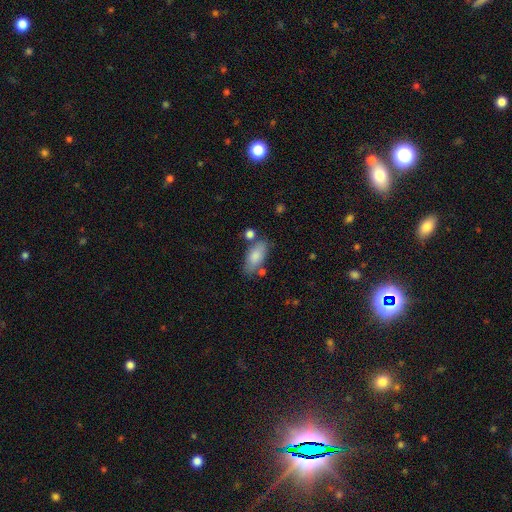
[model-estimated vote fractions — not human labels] This appears to be a smooth galaxy with no disk features (81%) that is in between round and cigar-shaped (86%). Merging: none (65%).